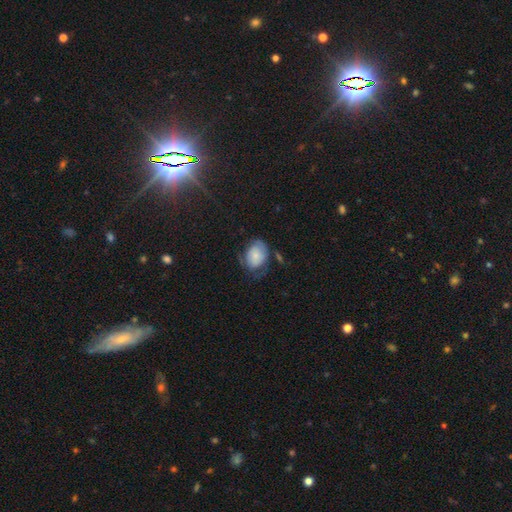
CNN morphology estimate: A smooth galaxy with no disk features (64%) that is in between round and cigar-shaped (69%).

Vote fractions:
- Smooth or featured? smooth: 64% / featured or disk: 28% / star or artifact: 8%
- How rounded? in between: 69% / round: 30% / cigar-shaped: 1%
- Merging? none: 42% / minor disturbance: 32% / major disturbance: 21% / merger: 5%